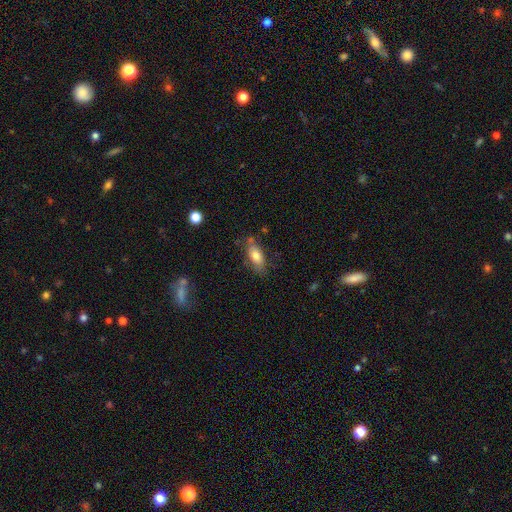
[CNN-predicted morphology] Q: Smooth or featured?
A: smooth (76%); runner-up: featured or disk (17%)
Q: How rounded?
A: in between (82%); runner-up: cigar-shaped (14%)
Q: Merging?
A: none (69%); runner-up: minor disturbance (20%)